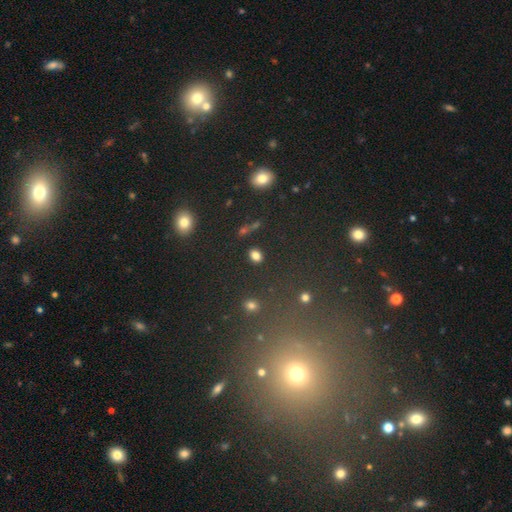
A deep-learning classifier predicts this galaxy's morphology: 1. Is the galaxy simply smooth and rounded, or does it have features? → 81% smooth, 13% star or artifact, 6% featured or disk.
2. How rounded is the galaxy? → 63% in between, 34% round, 3% cigar-shaped.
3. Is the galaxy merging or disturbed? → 84% none, 9% minor disturbance, 4% merger, 3% major disturbance.